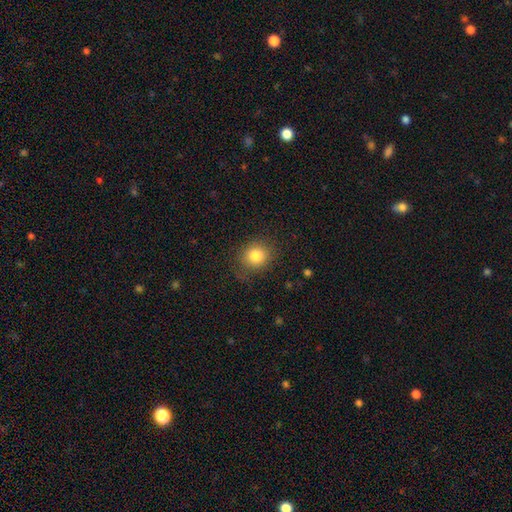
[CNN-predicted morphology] smooth 82%, star or artifact 11%, featured or disk 7%. Down the decision tree: how rounded — round (78%); merging — none (81%).